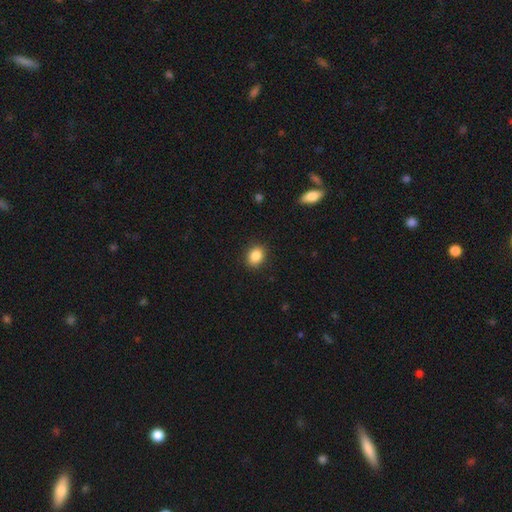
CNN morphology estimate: Q: Smooth or featured?
A: smooth (86%); runner-up: star or artifact (9%)
Q: How rounded?
A: in between (56%); runner-up: round (43%)
Q: Merging?
A: none (90%); runner-up: minor disturbance (7%)